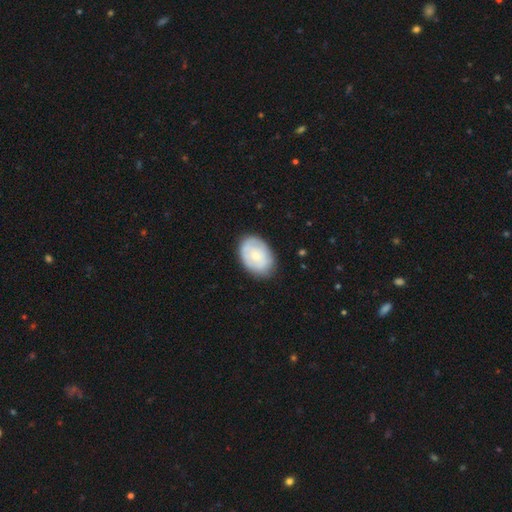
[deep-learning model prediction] smooth-or-featured: smooth: 63% | featured or disk: 31% | star or artifact: 6%
  how-rounded: in between: 81% | round: 18% | cigar-shaped: 1%
  merging: none: 79% | minor disturbance: 16% | major disturbance: 4% | merger: 1%